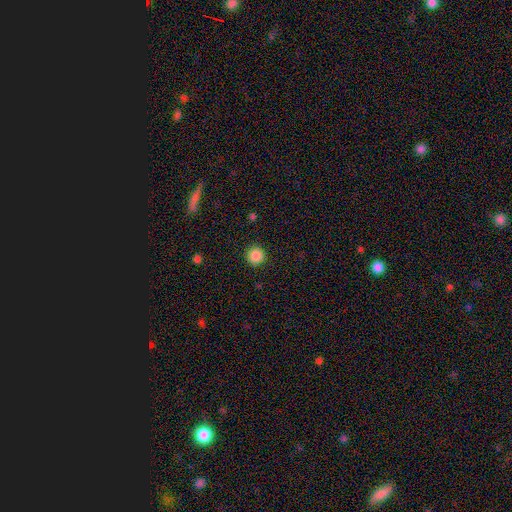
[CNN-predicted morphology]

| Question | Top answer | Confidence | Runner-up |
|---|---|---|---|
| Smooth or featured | smooth | 87% | star or artifact (10%) |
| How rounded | round | 94% | in between (5%) |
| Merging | none | 91% | minor disturbance (6%) |